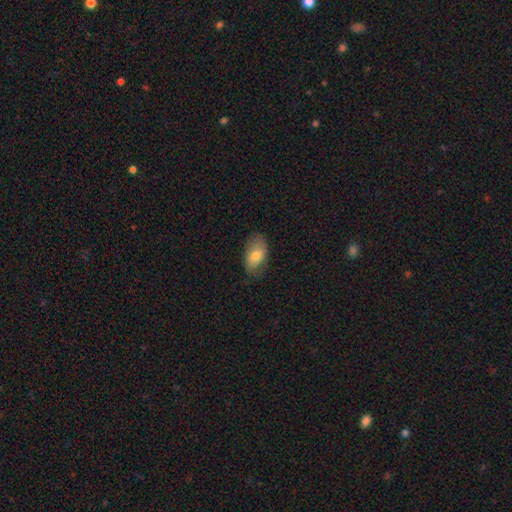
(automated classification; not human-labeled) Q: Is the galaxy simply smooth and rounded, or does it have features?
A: smooth — 77%.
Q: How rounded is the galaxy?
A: in between — 92%.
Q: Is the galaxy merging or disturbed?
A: none — 71%.